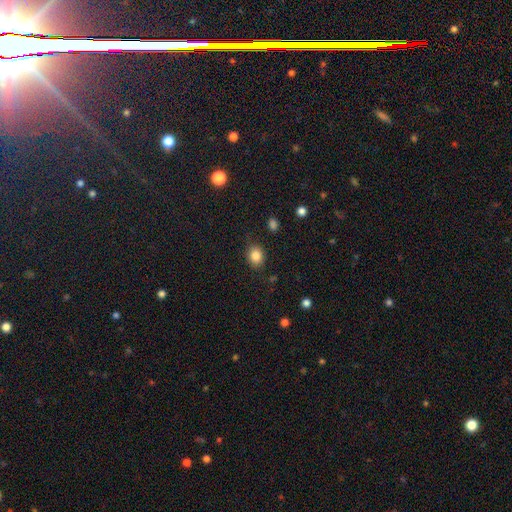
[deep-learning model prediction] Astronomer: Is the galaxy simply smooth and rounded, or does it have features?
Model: smooth — 85%.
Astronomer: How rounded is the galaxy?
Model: round — 56% (runner-up: in between, 43%).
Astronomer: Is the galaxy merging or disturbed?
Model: none — 83%.